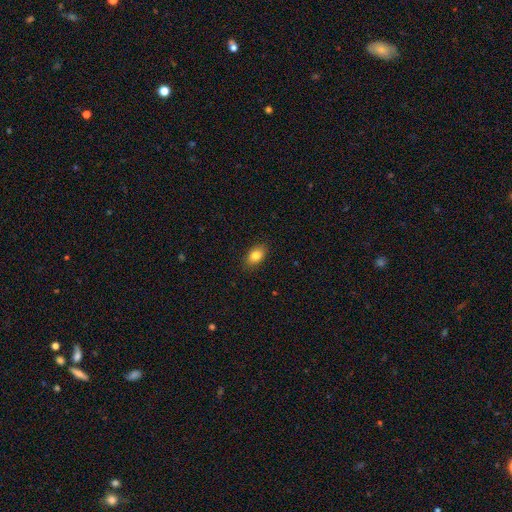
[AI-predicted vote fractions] Smooth or featured: smooth — 83% (star or artifact — 9%)
How rounded: in between — 85% (round — 14%)
Merging: none — 88% (minor disturbance — 9%)